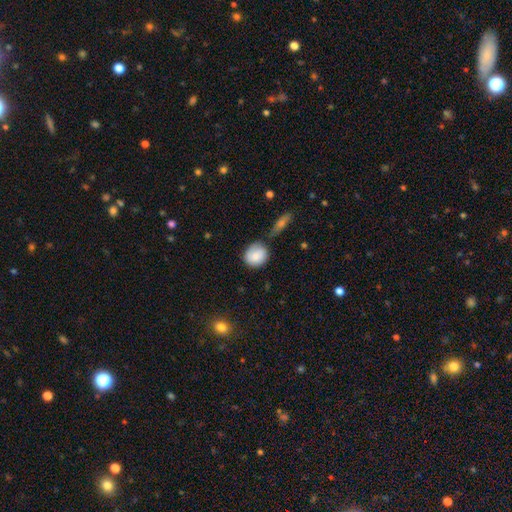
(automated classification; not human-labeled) Smooth or featured? Predicted: smooth (p=0.79). How rounded? Predicted: round (p=0.72). Merging? Predicted: none (p=0.58).